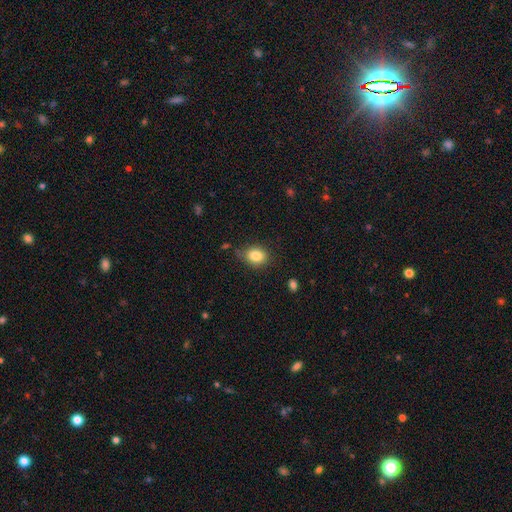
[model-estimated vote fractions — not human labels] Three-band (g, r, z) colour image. It shows a smooth galaxy with no disk features (84%) that is in between round and cigar-shaped (57%). Merging: none (73%).